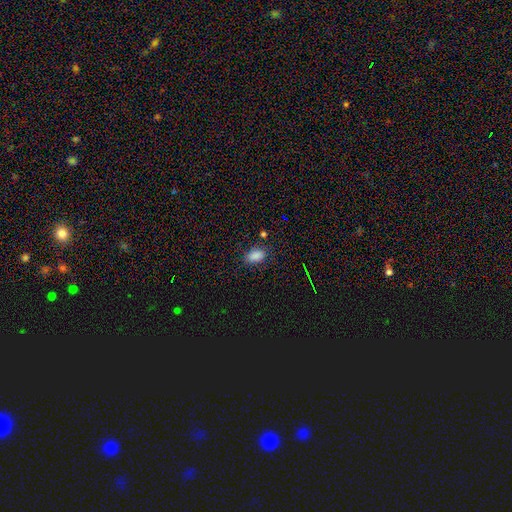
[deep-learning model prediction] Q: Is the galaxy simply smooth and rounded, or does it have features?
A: smooth — 84%.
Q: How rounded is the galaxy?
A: in between — 89%.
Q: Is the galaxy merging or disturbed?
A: none — 80%.